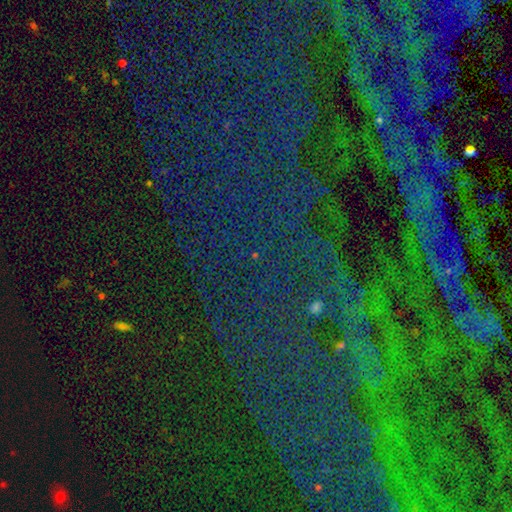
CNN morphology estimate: Overall: star or artifact (78%).